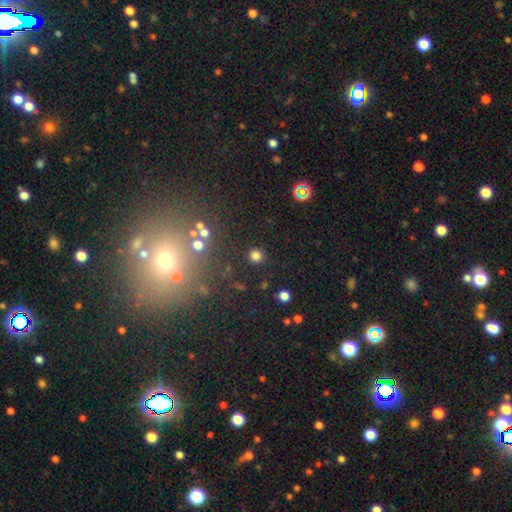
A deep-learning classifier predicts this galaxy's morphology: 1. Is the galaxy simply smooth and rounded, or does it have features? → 78% smooth, 16% star or artifact, 5% featured or disk.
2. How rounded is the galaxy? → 93% round, 6% in between, 1% cigar-shaped.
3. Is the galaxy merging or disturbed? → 89% none, 6% minor disturbance, 3% major disturbance, 2% merger.